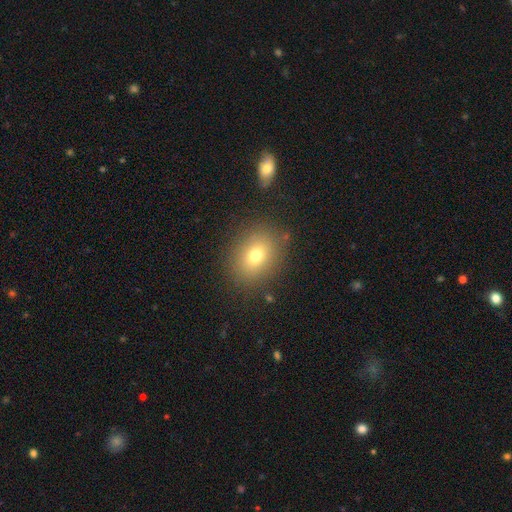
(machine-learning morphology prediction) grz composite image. It shows a smooth galaxy with no disk features (73%) that is in between round and cigar-shaped (50%). Merging: none (84%).